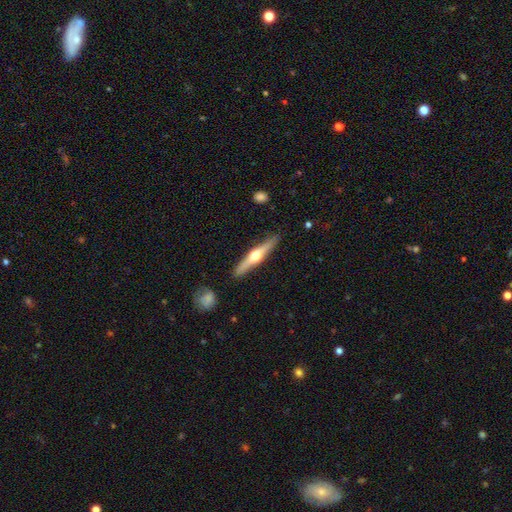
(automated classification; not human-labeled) This appears to be a featured or disk galaxy (66%) viewed edge-on (97%) with a rounded central bulge (94%). Merging: none (89%).